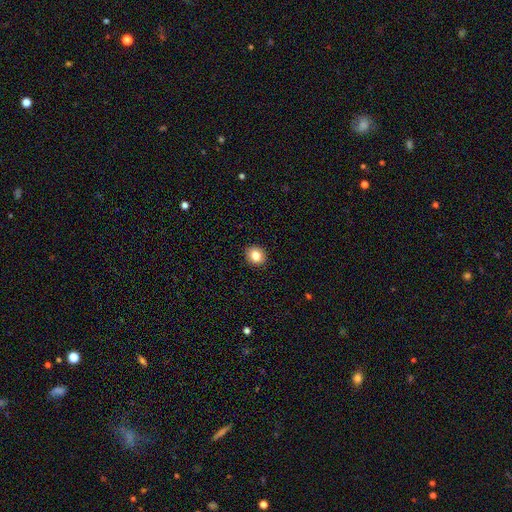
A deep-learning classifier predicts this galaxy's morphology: Smooth or featured? smooth (82%)
How rounded? round (72%)
Merging? none (92%)